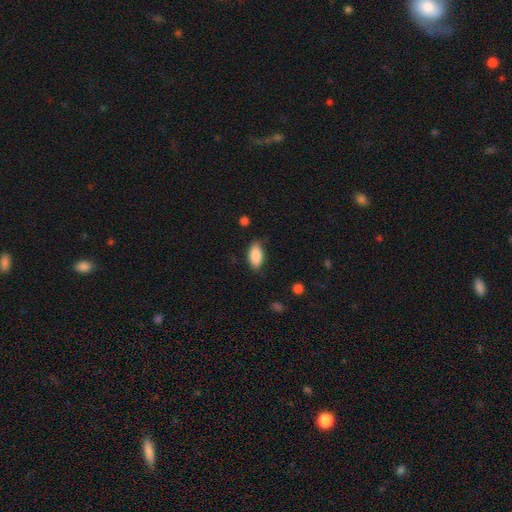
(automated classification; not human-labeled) This is clearly a smooth galaxy (88%). How rounded: clearly in between (92%). Merging: likely none (76%).